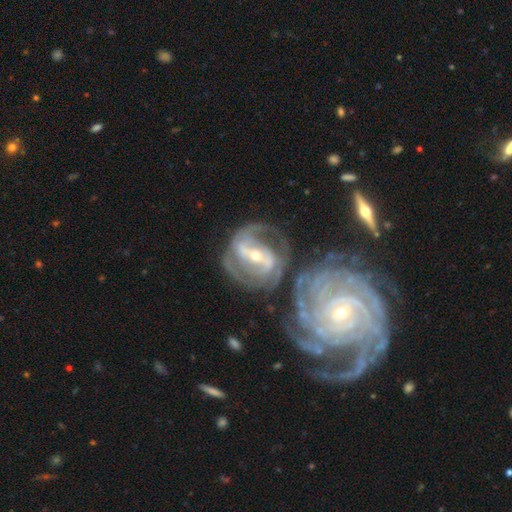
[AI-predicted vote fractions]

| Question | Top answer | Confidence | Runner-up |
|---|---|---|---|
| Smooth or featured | featured or disk | 89% | smooth (6%) |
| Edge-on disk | no | 96% | yes (4%) |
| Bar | strong | 60% | weak (28%) |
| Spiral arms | yes | 95% | no (5%) |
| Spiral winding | tight | 53% | medium (36%) |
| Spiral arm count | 2 | 45% | can't tell (20%) |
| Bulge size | small | 57% | moderate (39%) |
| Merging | none | 47% | merger (27%) |